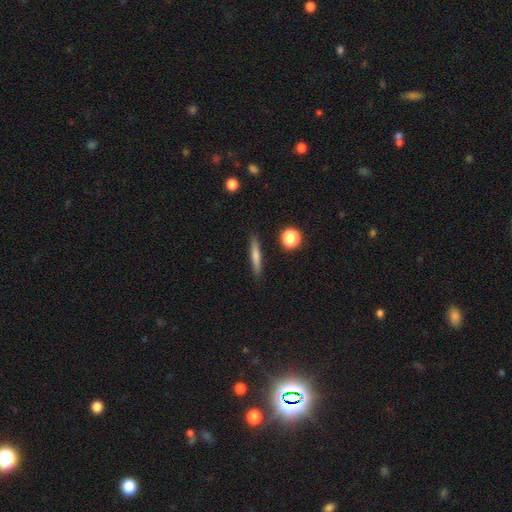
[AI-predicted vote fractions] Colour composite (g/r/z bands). It shows a smooth galaxy with no disk features (69%) that is cigar-shaped (90%). Merging: none (89%).